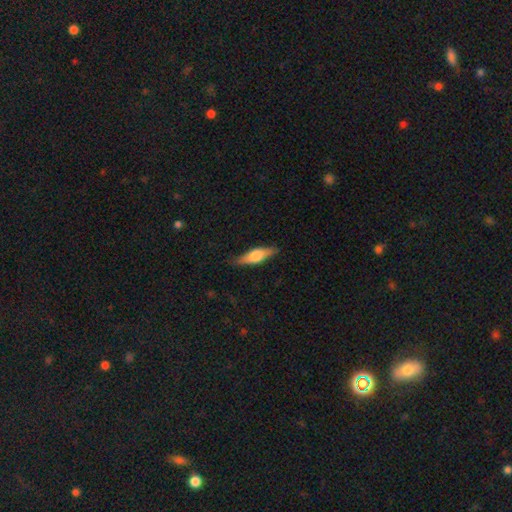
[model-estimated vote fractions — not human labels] smooth_or_featured: smooth (p=0.55) [alt: featured or disk p=0.39]
how_rounded: cigar-shaped (p=0.52) [alt: in between p=0.45]
merging: none (p=0.80) [alt: minor disturbance p=0.16]